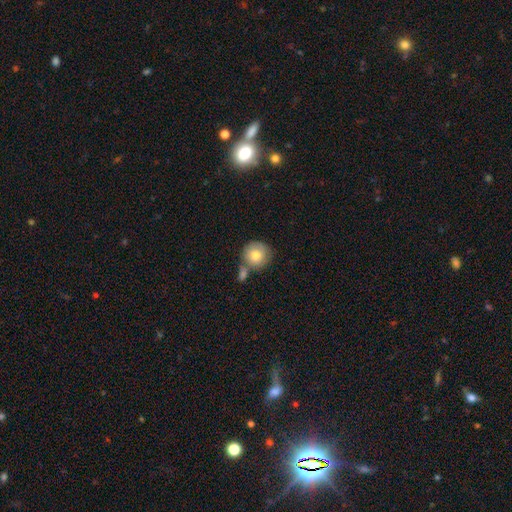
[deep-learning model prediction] smooth_or_featured: smooth (p=0.79) [alt: featured or disk p=0.15]
how_rounded: round (p=0.91) [alt: in between p=0.08]
merging: none (p=0.52) [alt: merger p=0.29]